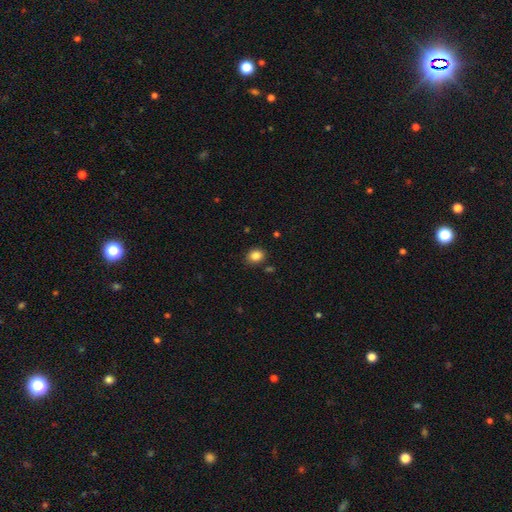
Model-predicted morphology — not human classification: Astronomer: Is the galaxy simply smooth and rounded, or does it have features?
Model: smooth — 85%.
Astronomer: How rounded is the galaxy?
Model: round — 53% (runner-up: in between, 46%).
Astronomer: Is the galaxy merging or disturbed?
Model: none — 86%.